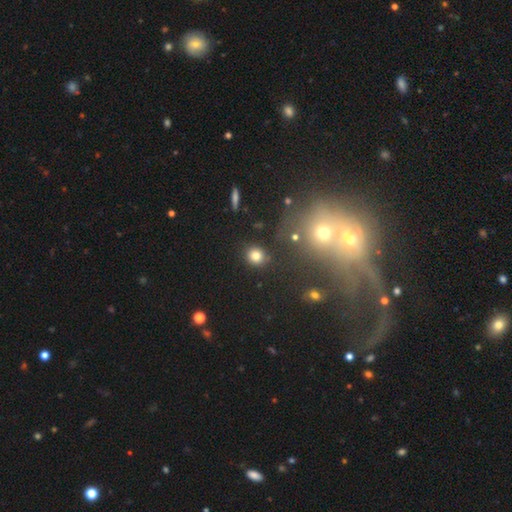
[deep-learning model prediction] smooth-or-featured: smooth: 79% | star or artifact: 13% | featured or disk: 8%
  how-rounded: round: 83% | in between: 16% | cigar-shaped: 1%
  merging: none: 84% | minor disturbance: 10% | merger: 4% | major disturbance: 3%